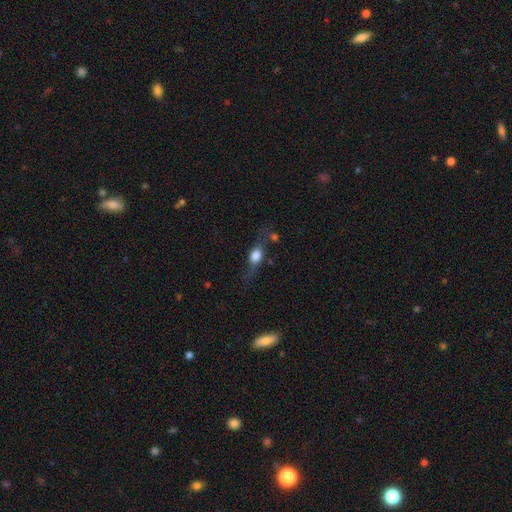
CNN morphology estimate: This is possibly a smooth galaxy (56%). How rounded: possibly in between (57%). Merging: possibly none (53%).